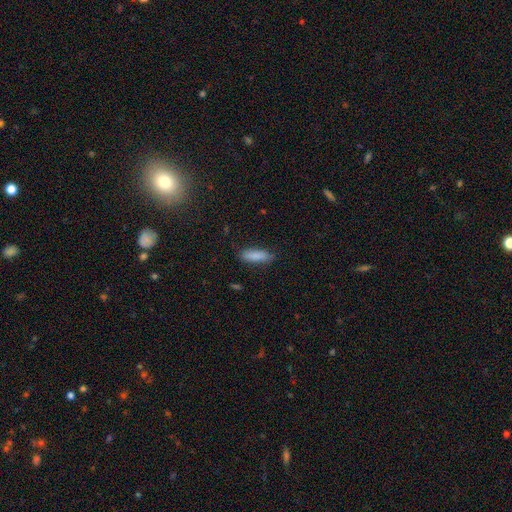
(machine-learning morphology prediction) Smooth or featured? Predicted: smooth (p=0.86). How rounded? Predicted: in between (p=0.50). Merging? Predicted: none (p=0.82).